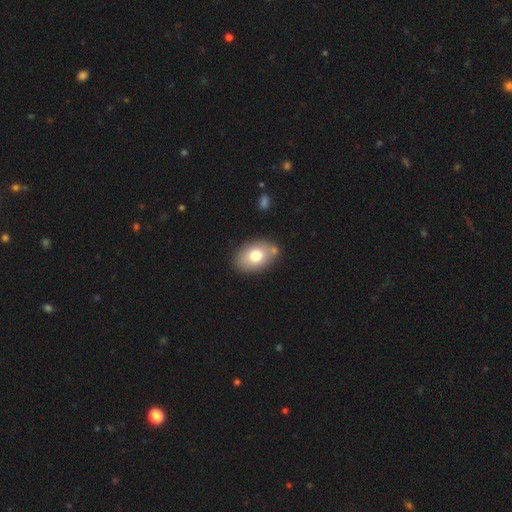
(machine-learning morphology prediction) type=smooth (74%); roundness=in between (84%); merging=none (76%).